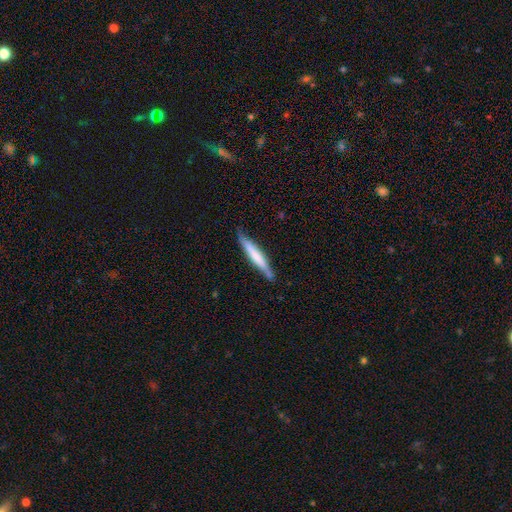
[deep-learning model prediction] Smooth or featured: smooth — 54% (featured or disk — 41%)
How rounded: cigar-shaped — 94% (in between — 5%)
Merging: none — 82% (minor disturbance — 14%)